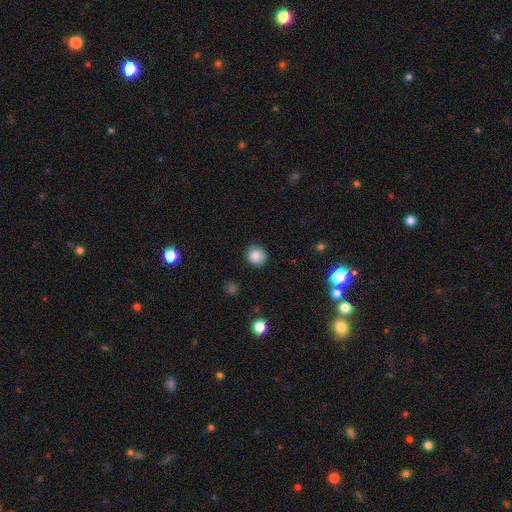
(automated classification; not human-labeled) A smooth galaxy with no disk features (85%) that is round (90%). Merging: none (89%).